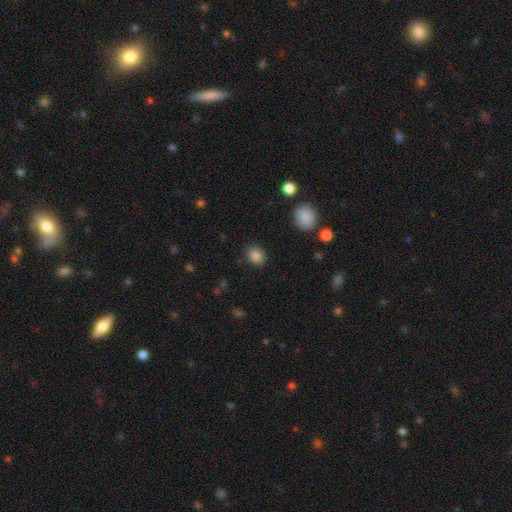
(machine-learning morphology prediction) A smooth galaxy with no disk features (86%) that is in between round and cigar-shaped (57%). Merging: none (86%).